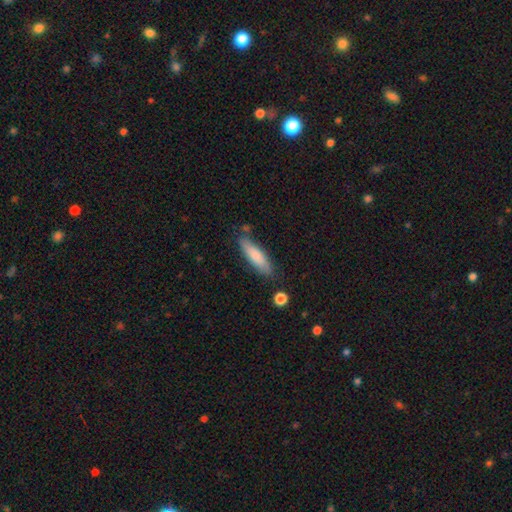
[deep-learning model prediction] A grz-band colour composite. It shows a smooth galaxy with no disk features (78%) that is cigar-shaped (63%). Merging: none (77%).